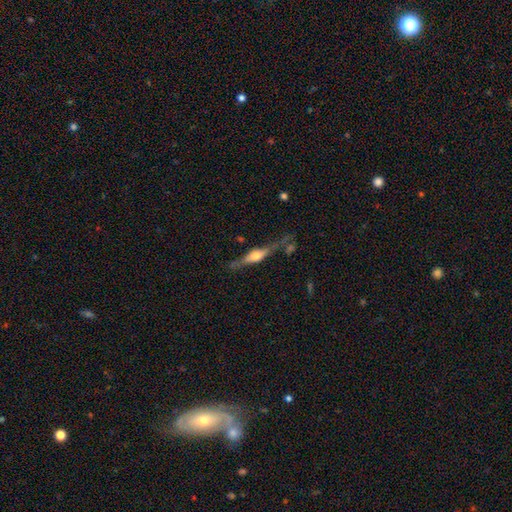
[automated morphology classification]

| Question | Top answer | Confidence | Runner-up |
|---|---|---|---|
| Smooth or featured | featured or disk | 72% | smooth (22%) |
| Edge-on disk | yes | 94% | no (6%) |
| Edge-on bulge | rounded | 83% | boxy (13%) |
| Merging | none | 68% | minor disturbance (18%) |